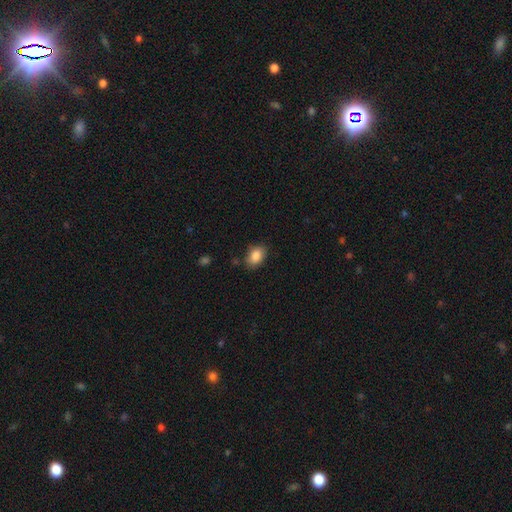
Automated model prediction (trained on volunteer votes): A smooth galaxy with no disk features (86%) that is in between round and cigar-shaped (83%).

Vote fractions:
- Smooth or featured? smooth: 86% / star or artifact: 8% / featured or disk: 6%
- How rounded? in between: 83% / round: 15% / cigar-shaped: 1%
- Merging? none: 82% / minor disturbance: 13% / major disturbance: 3% / merger: 2%